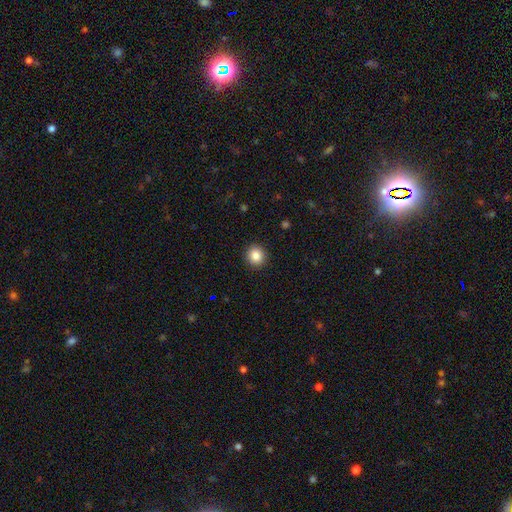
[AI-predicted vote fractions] smooth_or_featured: smooth (p=0.86) [alt: star or artifact p=0.10]
how_rounded: round (p=0.91) [alt: in between p=0.08]
merging: none (p=0.92) [alt: minor disturbance p=0.05]